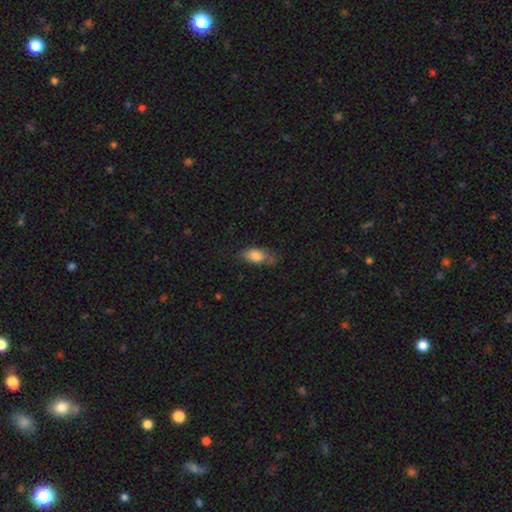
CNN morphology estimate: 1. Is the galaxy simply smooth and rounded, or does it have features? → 78% smooth, 13% featured or disk, 8% star or artifact.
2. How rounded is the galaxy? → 84% in between, 9% cigar-shaped, 7% round.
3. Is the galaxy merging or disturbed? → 48% none, 33% minor disturbance, 15% major disturbance, 4% merger.